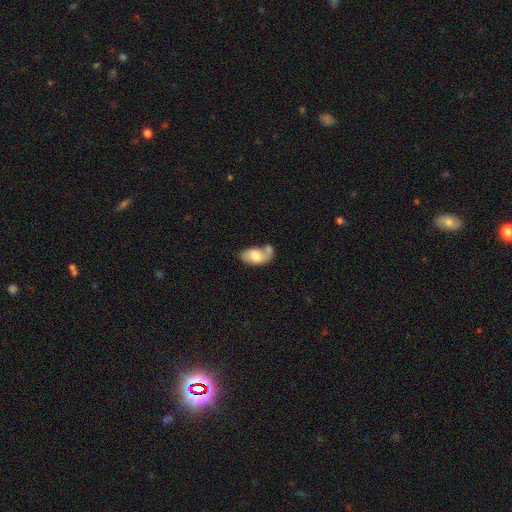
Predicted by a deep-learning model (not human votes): This appears to be a smooth galaxy with no disk features (67%) that is in between round and cigar-shaped (92%). Merging: merger (39%).